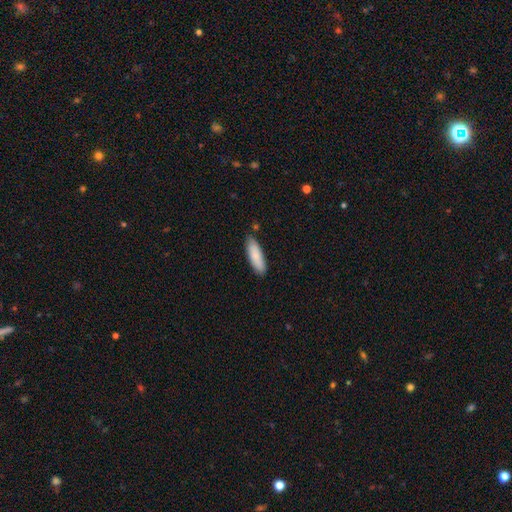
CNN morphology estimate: The model was most divided on "how rounded": cigar-shaped: 53%, in between: 45%, round: 1%. More confident: smooth or featured — smooth (84%); merging — none (83%).